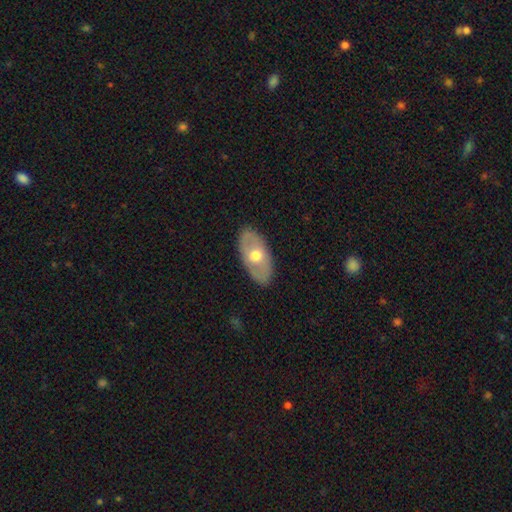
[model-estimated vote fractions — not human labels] Morphology: type=featured or disk (48%); merging=none (86%).